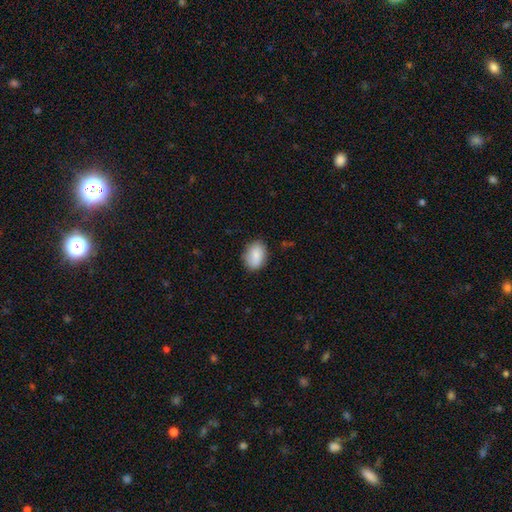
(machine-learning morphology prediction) Q: Smooth or featured?
A: smooth (87%); runner-up: star or artifact (7%)
Q: How rounded?
A: in between (80%); runner-up: round (19%)
Q: Merging?
A: none (83%); runner-up: minor disturbance (13%)